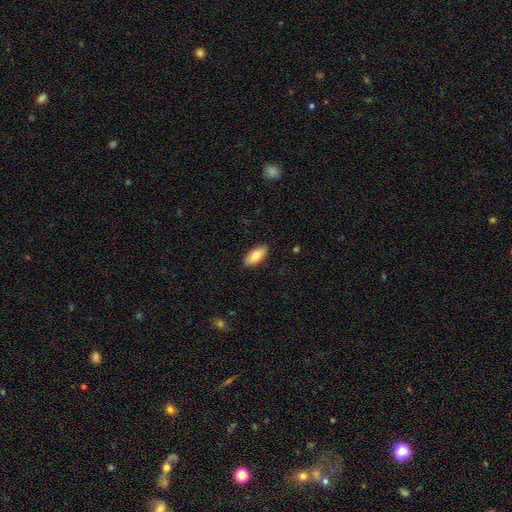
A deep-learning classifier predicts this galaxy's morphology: Smooth or featured? Predicted: smooth (p=0.80). How rounded? Predicted: in between (p=0.88). Merging? Predicted: none (p=0.88).